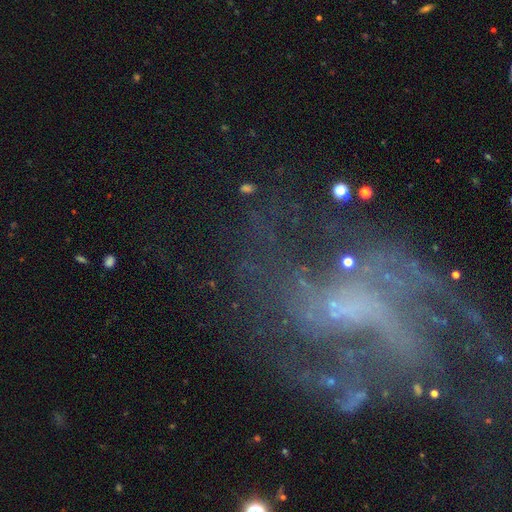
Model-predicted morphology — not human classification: smooth_or_featured: featured or disk (p=0.77) [alt: star or artifact p=0.14]
disk_edge_on: no (p=0.97) [alt: yes p=0.03]
bar: no (p=0.46) [alt: weak p=0.39]
has_spiral_arms: yes (p=0.85) [alt: no p=0.15]
spiral_winding: medium (p=0.40) [tied with: loose p=0.40]
spiral_arm_count: 2 (p=0.31) [alt: can't tell p=0.28]
bulge_size: none (p=0.42) [alt: small p=0.39]
merging: none (p=0.51) [alt: major disturbance p=0.29]